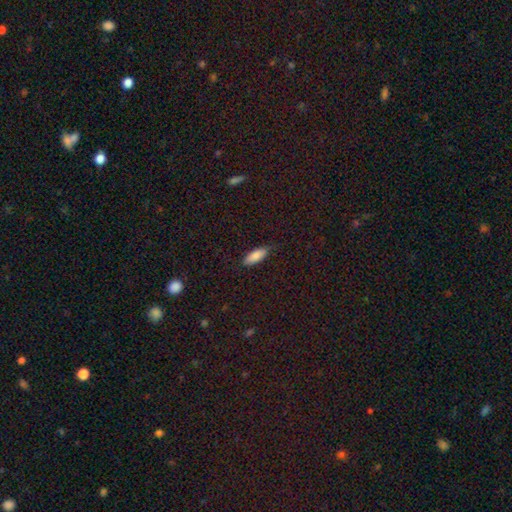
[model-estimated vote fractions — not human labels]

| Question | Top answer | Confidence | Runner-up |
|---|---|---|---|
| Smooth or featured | smooth | 85% | featured or disk (8%) |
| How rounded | in between | 71% | cigar-shaped (27%) |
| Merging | none | 80% | minor disturbance (16%) |